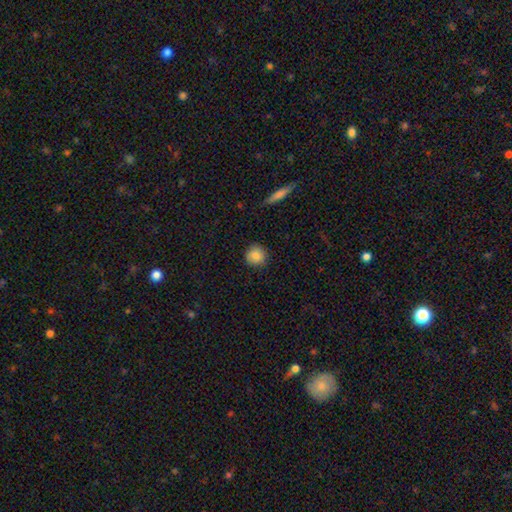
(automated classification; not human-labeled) Smooth or featured?
  - smooth: 86% *
  - star or artifact: 9%
  - featured or disk: 5%
How rounded?
  - round: 92% *
  - in between: 7%
  - cigar-shaped: 1%
Merging?
  - none: 87% *
  - minor disturbance: 10%
  - major disturbance: 2%
  - merger: 1%